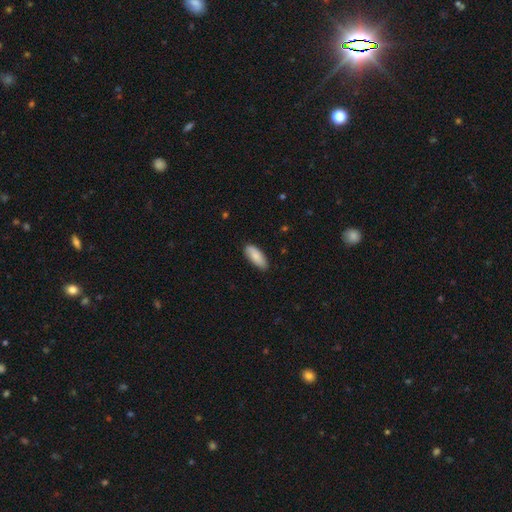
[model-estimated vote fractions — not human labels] smooth 82%, featured or disk 12%, star or artifact 6%. Down the decision tree: how rounded — in between (80%); merging — none (83%).